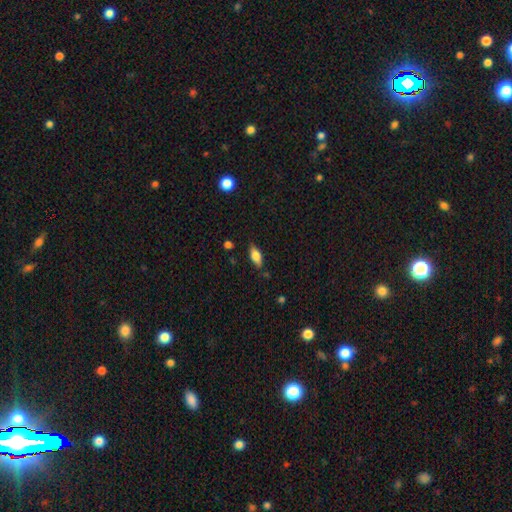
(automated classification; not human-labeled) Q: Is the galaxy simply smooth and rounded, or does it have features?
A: smooth — 70%.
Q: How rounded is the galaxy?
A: in between — 82%.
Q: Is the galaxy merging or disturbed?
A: none — 79%.